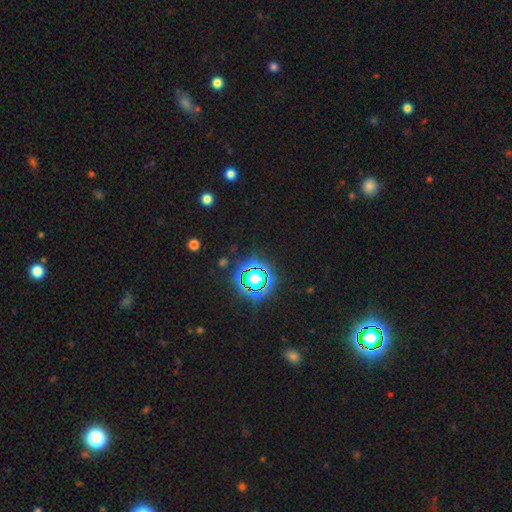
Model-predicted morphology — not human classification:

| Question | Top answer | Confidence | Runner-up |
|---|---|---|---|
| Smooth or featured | star or artifact | 80% | smooth (13%) |